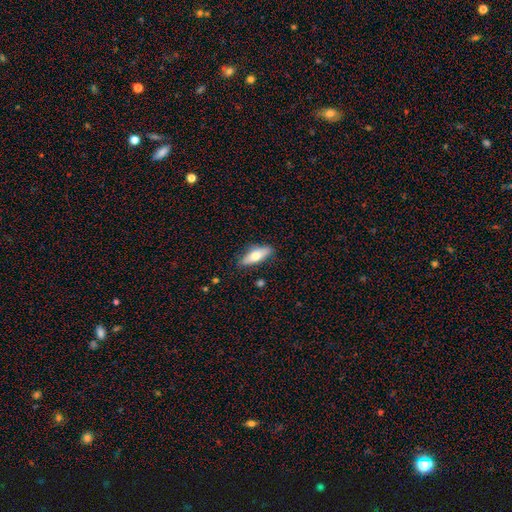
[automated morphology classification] smooth 67%, featured or disk 27%, star or artifact 6%. Down the decision tree: how rounded — in between (61%); merging — none (83%).